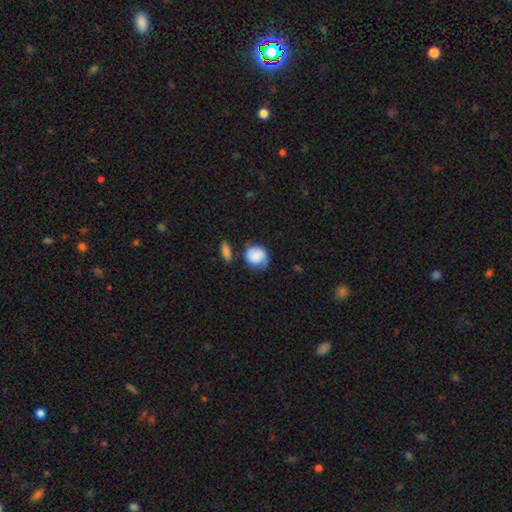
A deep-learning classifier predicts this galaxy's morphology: Smooth or featured?
  - smooth: 78% *
  - featured or disk: 15%
  - star or artifact: 7%
How rounded?
  - round: 74% *
  - in between: 25%
  - cigar-shaped: 1%
Merging?
  - none: 54% *
  - minor disturbance: 28%
  - merger: 9%
  - major disturbance: 9%